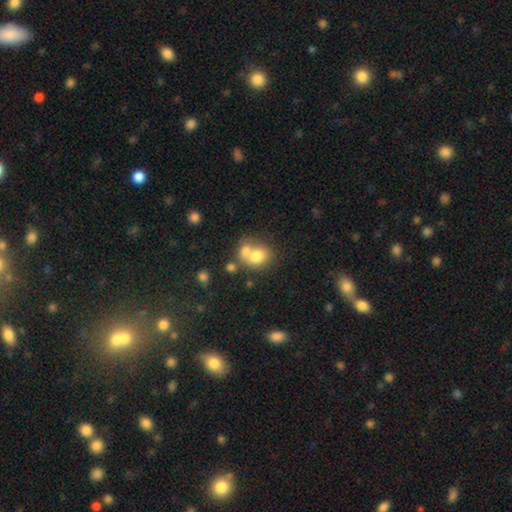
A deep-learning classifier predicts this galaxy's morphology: smooth 73%, featured or disk 16%, star or artifact 10%. Down the decision tree: how rounded — round (61%); merging — merger (55%).